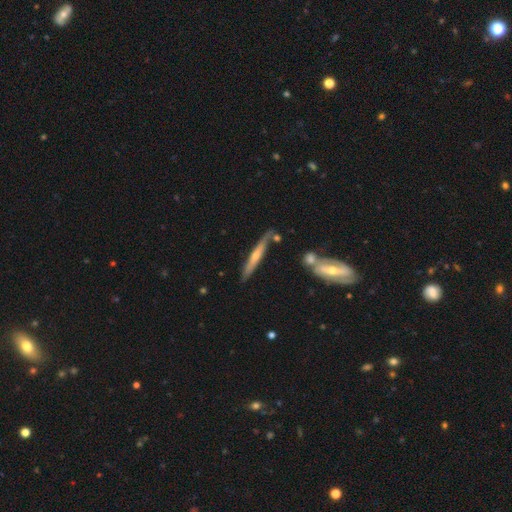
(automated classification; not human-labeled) featured or disk 58%, smooth 36%, star or artifact 5%. Down the decision tree: edge-on disk — yes (92%); edge-on bulge — rounded (67%); merging — none (74%).